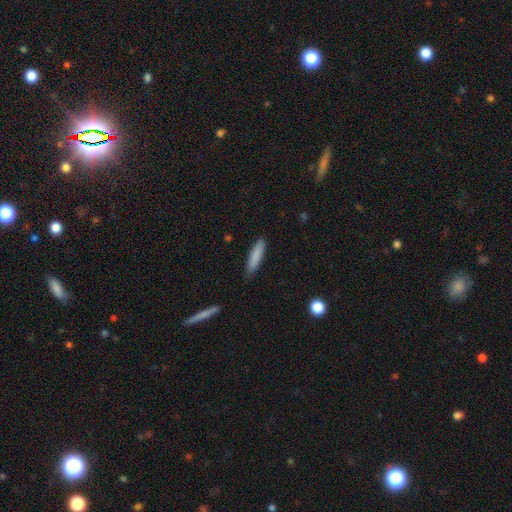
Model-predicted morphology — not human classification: A smooth galaxy with no disk features (85%) that is cigar-shaped (76%).

Vote fractions:
- Smooth or featured? smooth: 85% / featured or disk: 9% / star or artifact: 6%
- How rounded? cigar-shaped: 76% / in between: 22% / round: 1%
- Merging? none: 83% / minor disturbance: 13% / major disturbance: 2% / merger: 1%